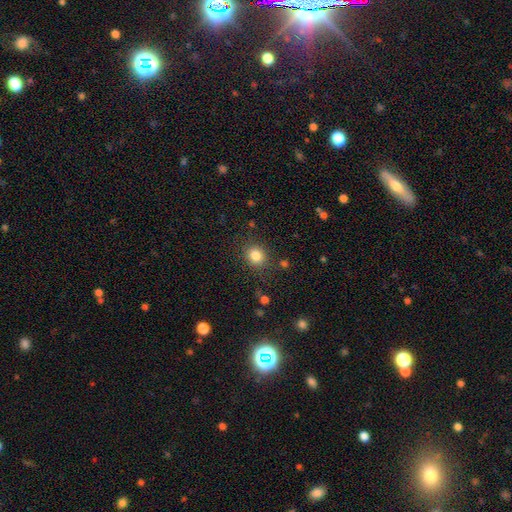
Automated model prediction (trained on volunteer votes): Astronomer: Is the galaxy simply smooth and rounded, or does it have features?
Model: smooth — 83%.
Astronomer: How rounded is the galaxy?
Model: round — 78%.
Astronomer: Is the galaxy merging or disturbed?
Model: none — 85%.